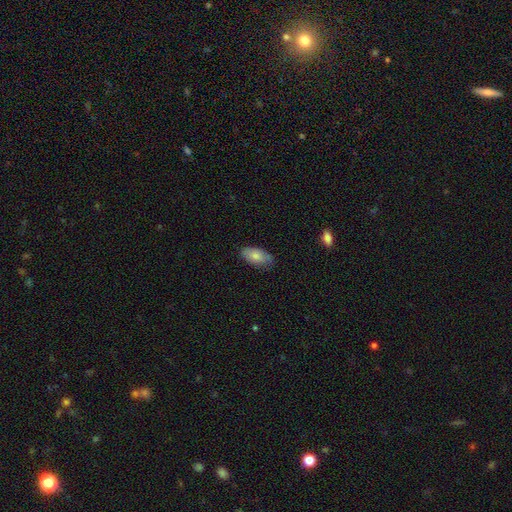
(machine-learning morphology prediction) The model was most divided on "merging": none: 78%, minor disturbance: 18%, major disturbance: 3%, merger: 1%. More confident: how rounded — in between (93%); smooth or featured — smooth (80%).